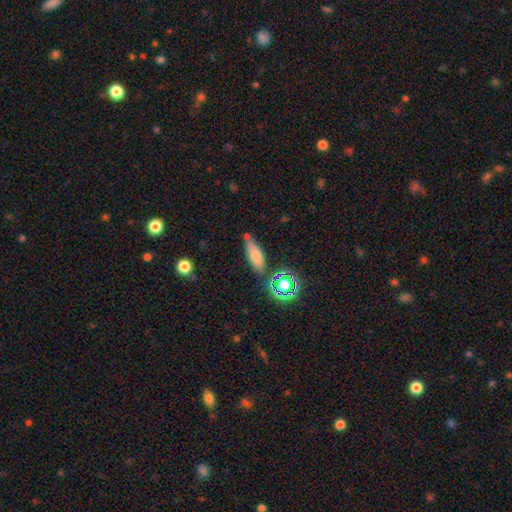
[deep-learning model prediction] smooth 71%, featured or disk 16%, star or artifact 14%. Down the decision tree: how rounded — in between (55%); merging — none (66%).